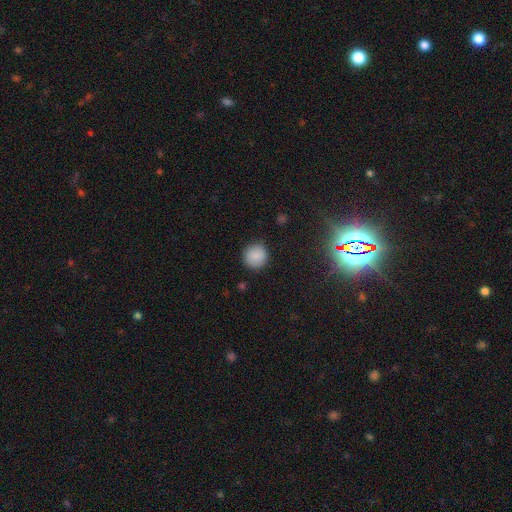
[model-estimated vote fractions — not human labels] This appears to be a smooth galaxy with no disk features (86%) that is round (93%). Merging: none (89%).